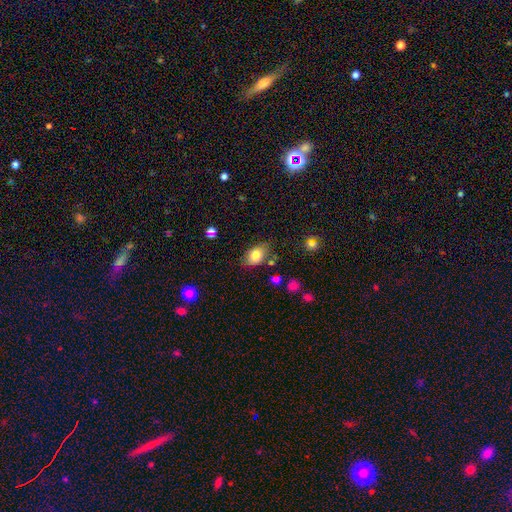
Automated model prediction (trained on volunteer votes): This appears to be a smooth galaxy with no disk features (80%) that is in between round and cigar-shaped (83%). Merging: none (78%).